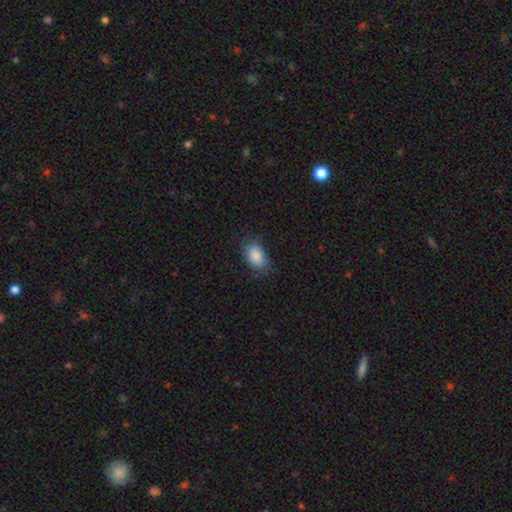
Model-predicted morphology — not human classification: The model was most divided on "merging": none: 70%, minor disturbance: 22%, major disturbance: 7%, merger: 1%. More confident: how rounded — in between (86%); smooth or featured — smooth (86%).